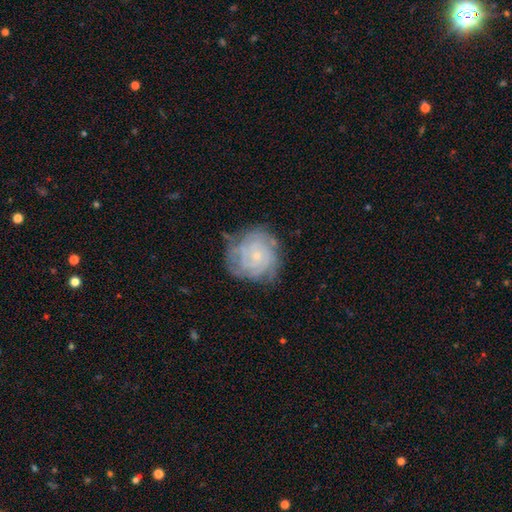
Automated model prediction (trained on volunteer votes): This is likely a featured or disk galaxy (80%). It is clearly not viewed edge-on (98%). Bar: likely no (80%). Spiral arm pattern: clearly yes (94%). Spiral arm count: marginally can't tell (36%). Spiral winding: likely tight (77%). Central bulge: clearly small (81%). Merging: likely none (71%).